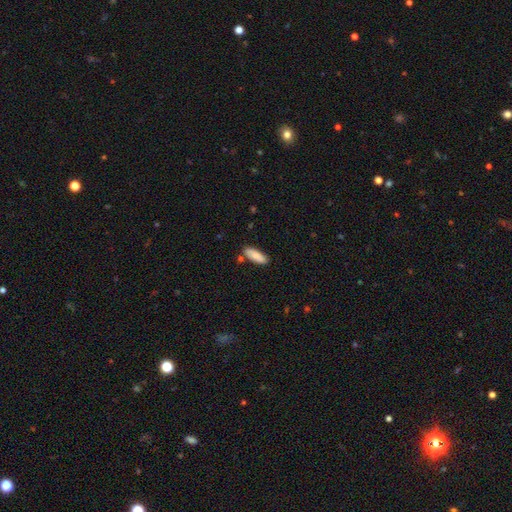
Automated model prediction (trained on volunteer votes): Morphology: type=smooth (87%); roundness=in between (59%); merging=none (81%).